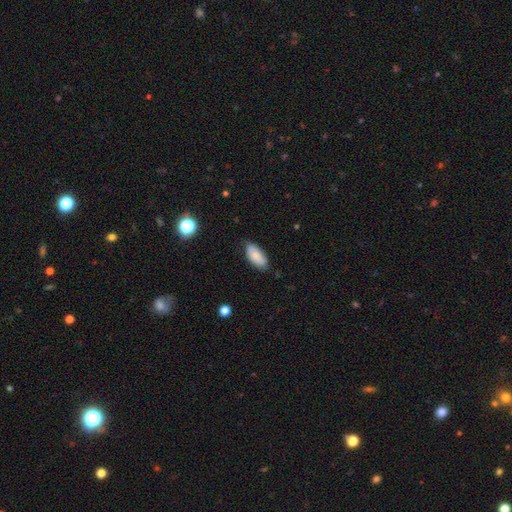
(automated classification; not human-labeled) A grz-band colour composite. It shows a smooth galaxy with no disk features (80%) that is in between round and cigar-shaped (90%). Merging: none (74%).